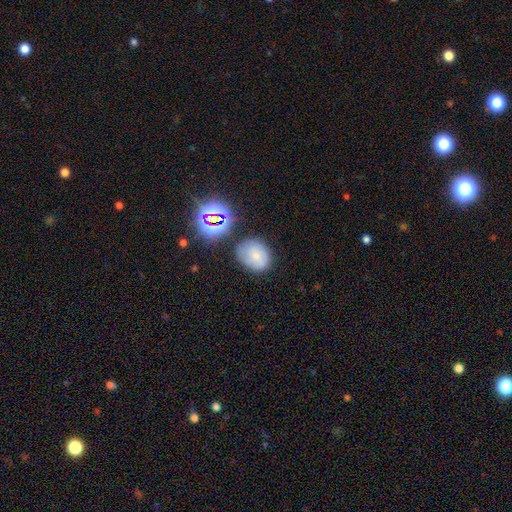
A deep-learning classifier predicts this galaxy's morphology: Smooth or featured? Predicted: smooth (p=0.67). How rounded? Predicted: round (p=0.59). Merging? Predicted: none (p=0.69).